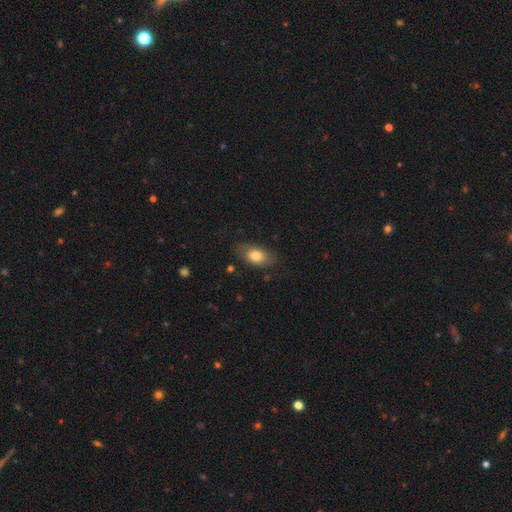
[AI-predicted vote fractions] smooth_or_featured: smooth (p=0.78) [alt: featured or disk p=0.15]
how_rounded: in between (p=0.89) [alt: round p=0.08]
merging: none (p=0.76) [alt: minor disturbance p=0.18]